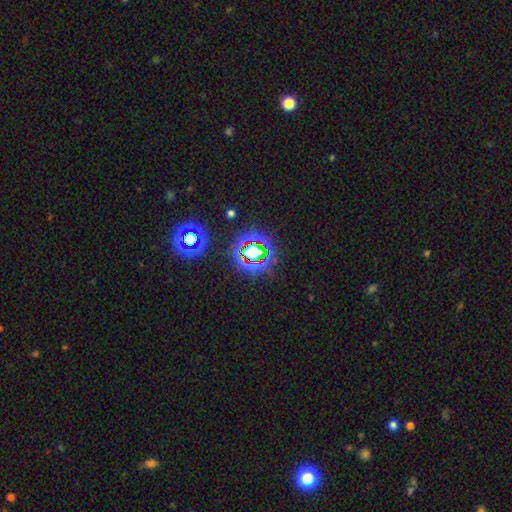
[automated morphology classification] Overall: star or artifact (73%).